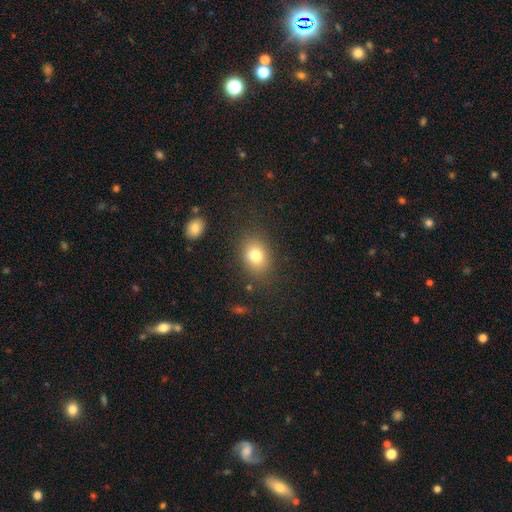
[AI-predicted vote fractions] Smooth or featured: smooth — 79% (star or artifact — 11%)
How rounded: in between — 60% (round — 38%)
Merging: none — 81% (minor disturbance — 12%)